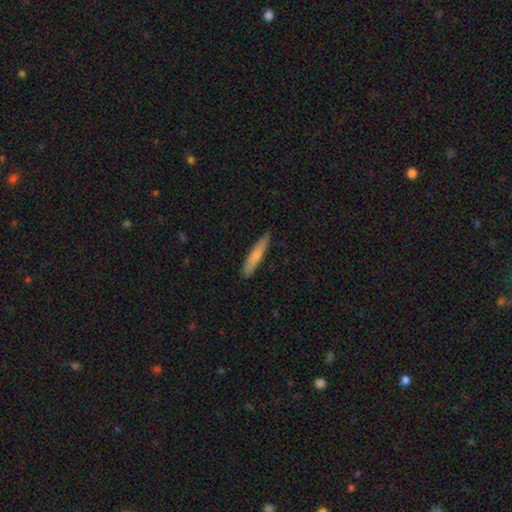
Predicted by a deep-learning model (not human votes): A smooth galaxy with no disk features (73%) that is cigar-shaped (90%).

Vote fractions:
- Smooth or featured? smooth: 73% / featured or disk: 21% / star or artifact: 6%
- How rounded? cigar-shaped: 90% / in between: 9% / round: 1%
- Merging? none: 86% / minor disturbance: 11% / major disturbance: 2% / merger: 1%